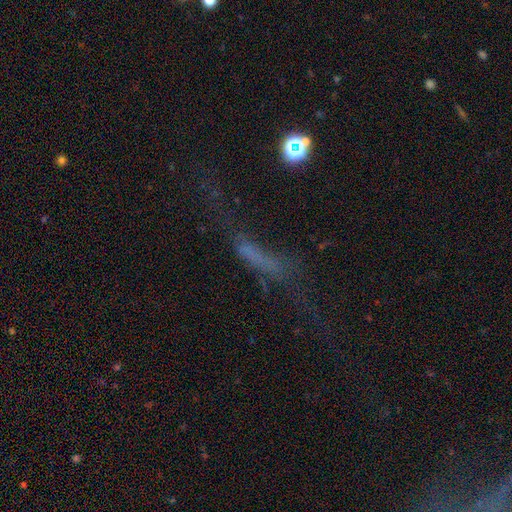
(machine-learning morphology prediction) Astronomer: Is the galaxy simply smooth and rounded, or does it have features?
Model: smooth — 38% (runner-up: featured or disk, 31%).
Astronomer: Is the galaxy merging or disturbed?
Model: major disturbance — 41% (runner-up: none, 34%).